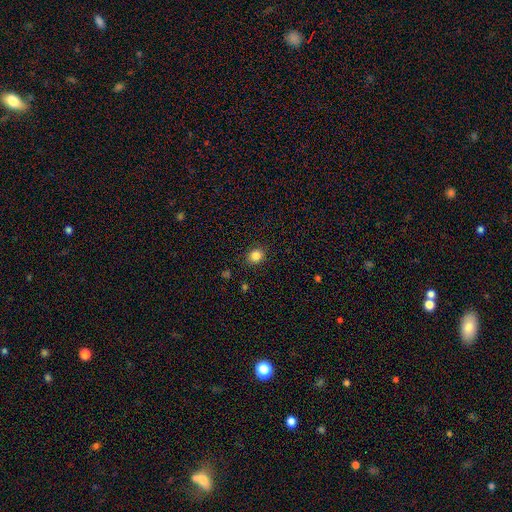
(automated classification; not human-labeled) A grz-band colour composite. It shows a smooth galaxy with no disk features (85%) that is round (73%). Merging: none (88%).